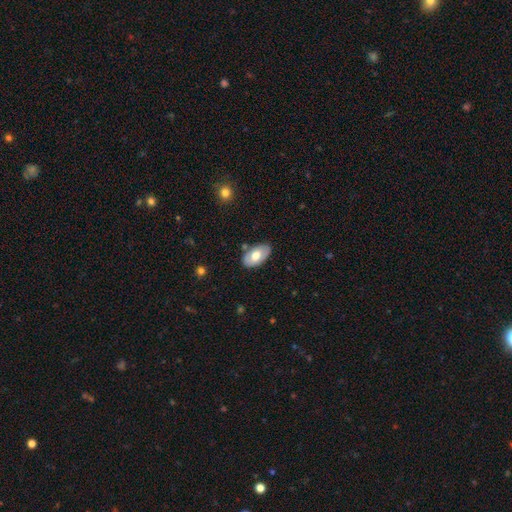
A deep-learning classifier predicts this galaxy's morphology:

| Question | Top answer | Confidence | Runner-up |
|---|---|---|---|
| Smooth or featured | smooth | 60% | featured or disk (34%) |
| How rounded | in between | 94% | round (5%) |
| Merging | none | 78% | minor disturbance (16%) |